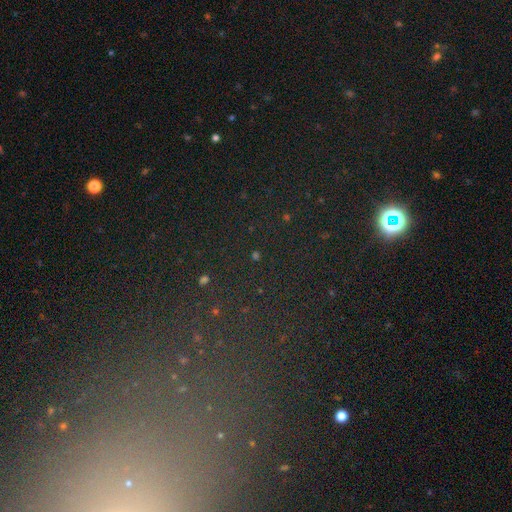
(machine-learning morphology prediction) This is likely a star or artifact rather than a galaxy (73%).